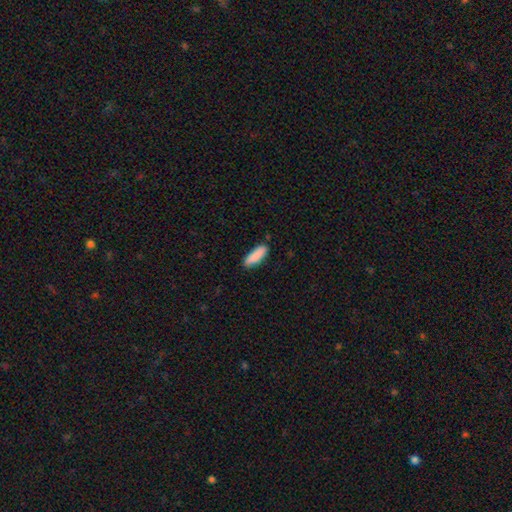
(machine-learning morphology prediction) smooth-or-featured: smooth: 89% | star or artifact: 6% | featured or disk: 5%
  how-rounded: in between: 53% | cigar-shaped: 45% | round: 2%
  merging: none: 86% | minor disturbance: 11% | major disturbance: 2% | merger: 1%